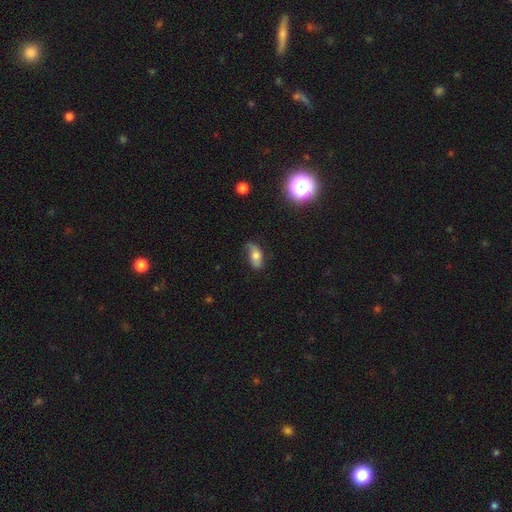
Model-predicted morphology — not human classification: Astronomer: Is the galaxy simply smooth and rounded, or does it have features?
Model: smooth — 56% (runner-up: featured or disk, 34%).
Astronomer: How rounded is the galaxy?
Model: in between — 86%.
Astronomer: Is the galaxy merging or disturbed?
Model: none — 55% (runner-up: minor disturbance, 31%).